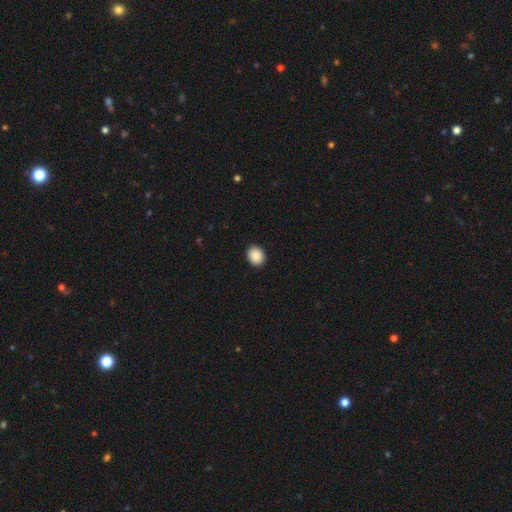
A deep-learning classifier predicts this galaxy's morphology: The model was most divided on "how rounded": round: 55%, in between: 44%, cigar-shaped: 1%. More confident: merging — none (92%); smooth or featured — smooth (90%).